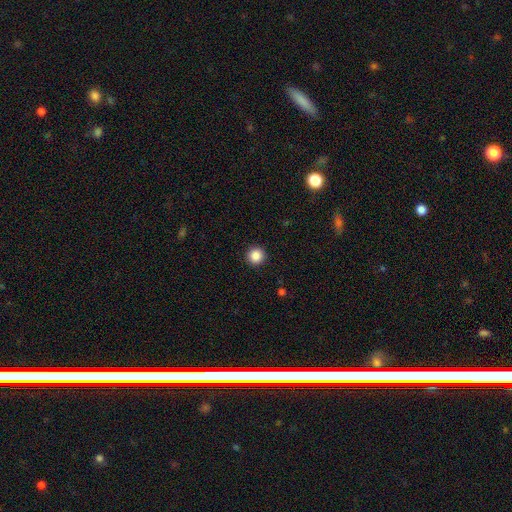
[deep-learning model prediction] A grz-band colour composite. It shows a smooth galaxy with no disk features (87%) that is round (96%). Merging: none (92%).